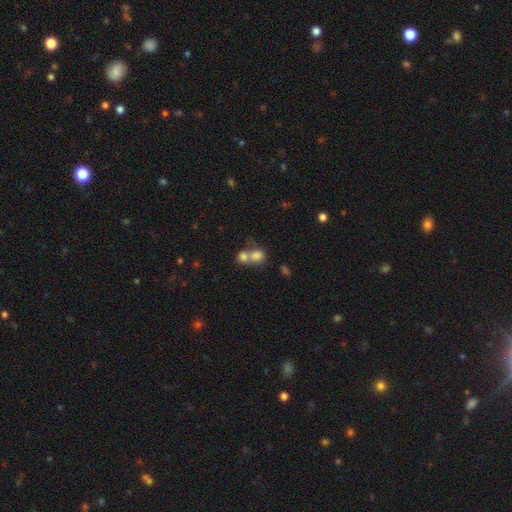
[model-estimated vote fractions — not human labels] A smooth galaxy with no disk features (78%) that is round (70%). Merging: merger (63%).